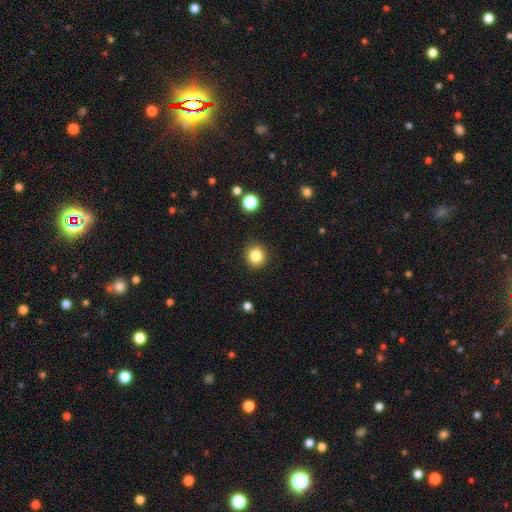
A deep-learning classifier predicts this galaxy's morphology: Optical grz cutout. It shows a smooth galaxy with no disk features (84%) that is round (91%). Merging: none (90%).